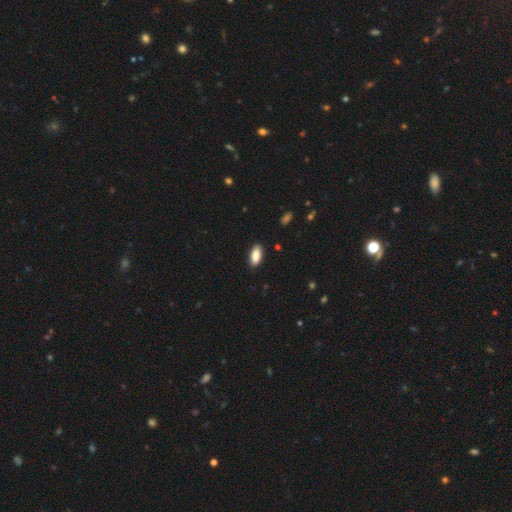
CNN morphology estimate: A smooth galaxy with no disk features (87%) that is in between round and cigar-shaped (89%).

Vote fractions:
- Smooth or featured? smooth: 87% / star or artifact: 6% / featured or disk: 6%
- How rounded? in between: 89% / cigar-shaped: 9% / round: 2%
- Merging? none: 88% / minor disturbance: 9% / major disturbance: 2% / merger: 1%